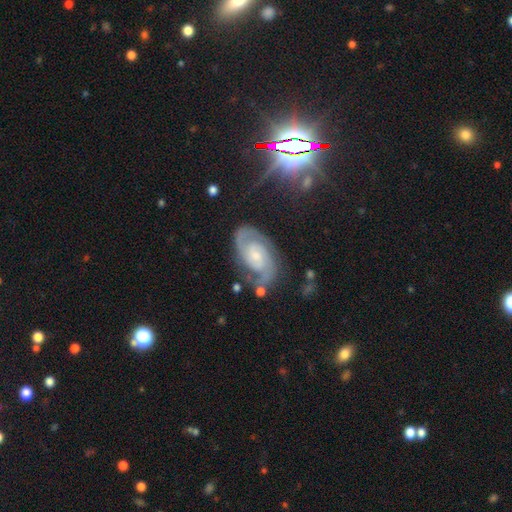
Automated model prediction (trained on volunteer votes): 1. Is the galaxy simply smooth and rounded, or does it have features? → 88% featured or disk, 6% star or artifact, 6% smooth.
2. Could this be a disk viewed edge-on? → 97% no, 3% yes.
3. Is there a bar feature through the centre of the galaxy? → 59% no, 33% weak, 8% strong.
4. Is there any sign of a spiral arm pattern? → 98% yes, 2% no.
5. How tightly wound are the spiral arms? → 52% tight, 41% medium, 8% loose.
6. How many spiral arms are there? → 89% 2, 5% can't tell, 3% 3, 2% 1, 1% 4, 1% more than 4.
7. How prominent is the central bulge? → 55% small, 34% moderate, 6% none, 4% large, 1% dominant.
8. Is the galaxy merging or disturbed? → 75% none, 16% minor disturbance, 6% major disturbance, 3% merger.